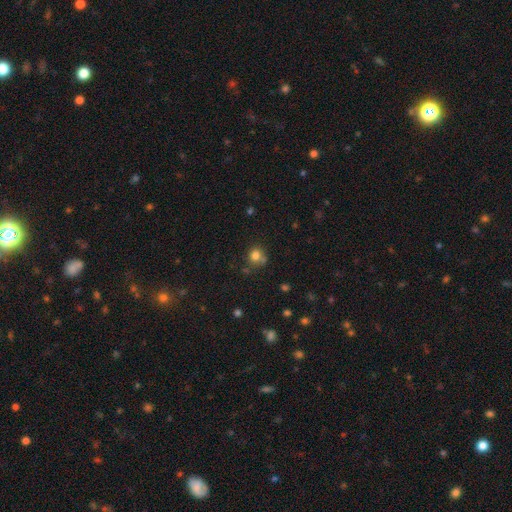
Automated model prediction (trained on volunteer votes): smooth_or_featured: smooth (p=0.79) [alt: star or artifact p=0.14]
how_rounded: round (p=0.87) [alt: in between p=0.13]
merging: none (p=0.65) [alt: merger p=0.15]